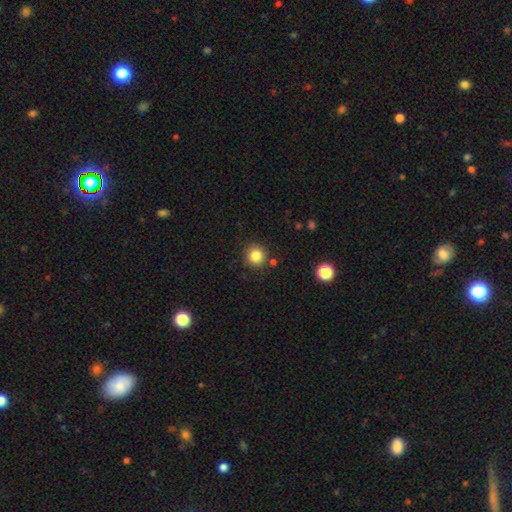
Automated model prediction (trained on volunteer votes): Morphology: type=smooth (83%); roundness=round (94%); merging=none (86%).